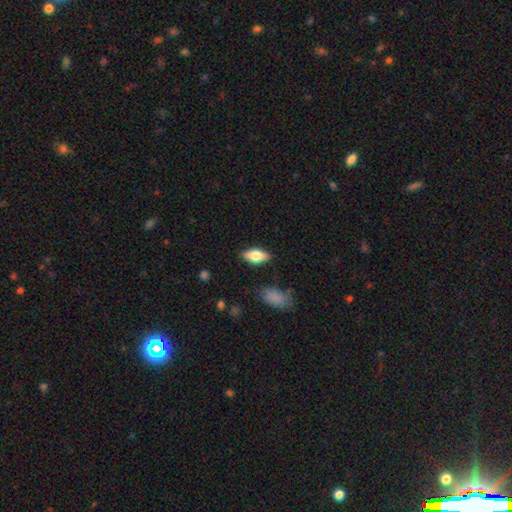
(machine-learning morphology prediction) smooth 69%, featured or disk 24%, star or artifact 7%. Down the decision tree: how rounded — in between (84%); merging — none (84%).